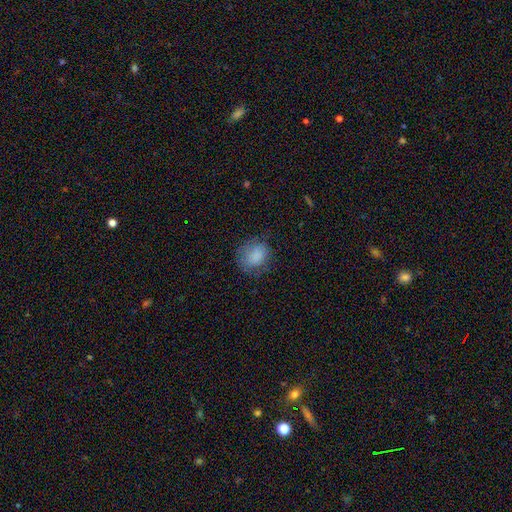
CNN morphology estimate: type=smooth (82%); roundness=round (62%); merging=none (67%).